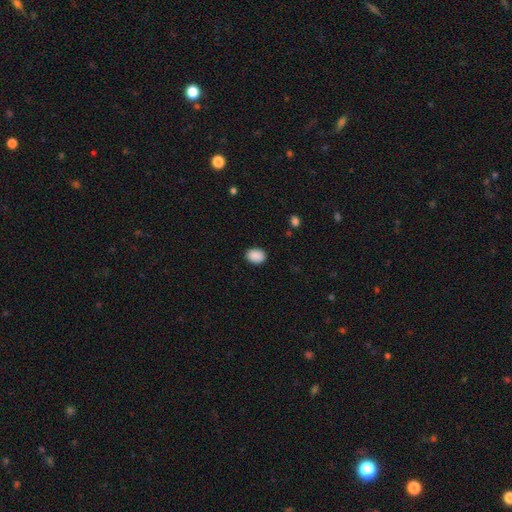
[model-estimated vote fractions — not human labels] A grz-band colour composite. It shows a smooth galaxy with no disk features (90%) that is in between round and cigar-shaped (69%). Merging: none (89%).